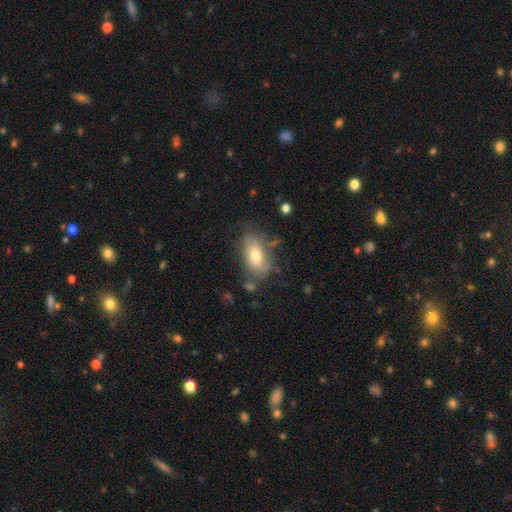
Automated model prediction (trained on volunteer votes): smooth-or-featured: smooth: 66% | featured or disk: 26% | star or artifact: 7%
  how-rounded: in between: 90% | round: 6% | cigar-shaped: 4%
  merging: none: 57% | minor disturbance: 26% | major disturbance: 12% | merger: 6%